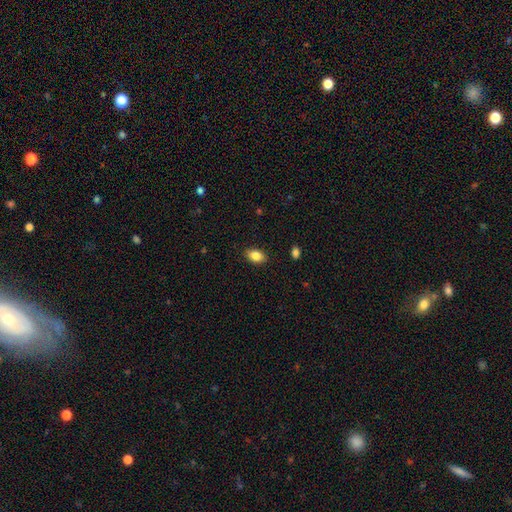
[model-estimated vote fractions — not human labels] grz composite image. It shows a smooth galaxy with no disk features (85%) that is in between round and cigar-shaped (88%). Merging: none (88%).